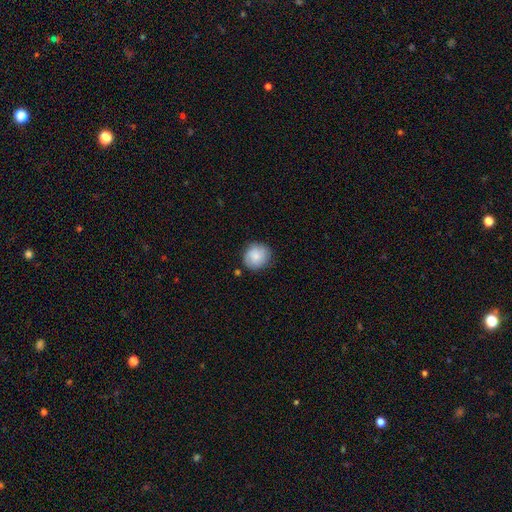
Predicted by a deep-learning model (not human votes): Morphology: type=smooth (82%); roundness=round (87%); merging=none (82%).